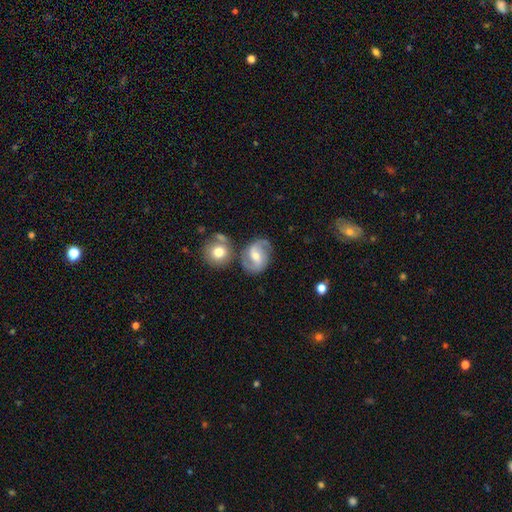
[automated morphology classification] Smooth or featured: featured or disk — 78% (smooth — 16%)
Edge-on disk: no — 97% (yes — 3%)
Bar: weak — 50% (strong — 27%)
Spiral arms: yes — 93% (no — 7%)
Spiral winding: medium — 51% (loose — 32%)
Spiral arm count: 2 — 90% (can't tell — 4%)
Bulge size: moderate — 63% (small — 32%)
Merging: none — 68% (minor disturbance — 15%)